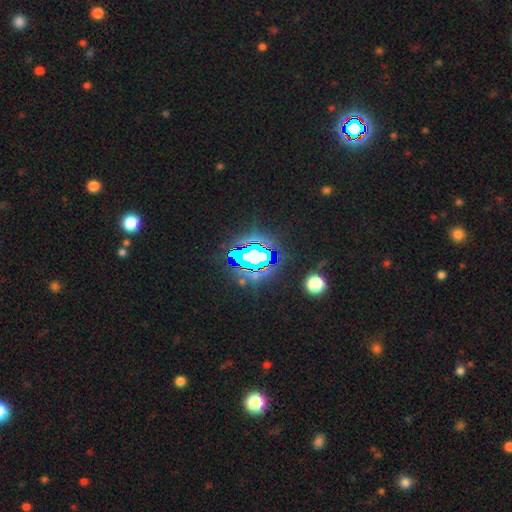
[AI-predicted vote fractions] A star or artifact, not a galaxy (72%).

Vote fractions:
- Smooth or featured? star or artifact: 72% / featured or disk: 15% / smooth: 13%